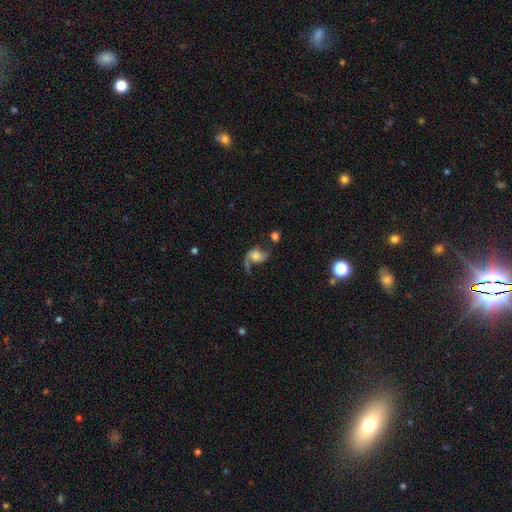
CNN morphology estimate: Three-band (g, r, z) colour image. It shows a featured or disk galaxy (76%) with no bar (70%), 2 (79%) loose (70%) spiral arms (94%) and a moderate central bulge (34%). Merging: none (50%).